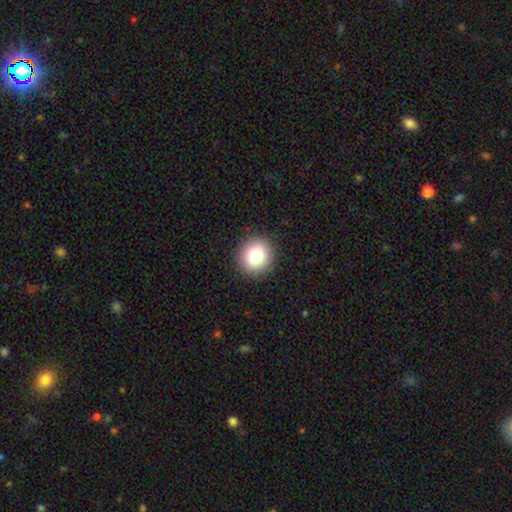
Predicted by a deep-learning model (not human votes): smooth-or-featured: smooth: 82% | star or artifact: 10% | featured or disk: 8%
  how-rounded: round: 89% | in between: 10% | cigar-shaped: 1%
  merging: none: 92% | minor disturbance: 6% | major disturbance: 2% | merger: 1%